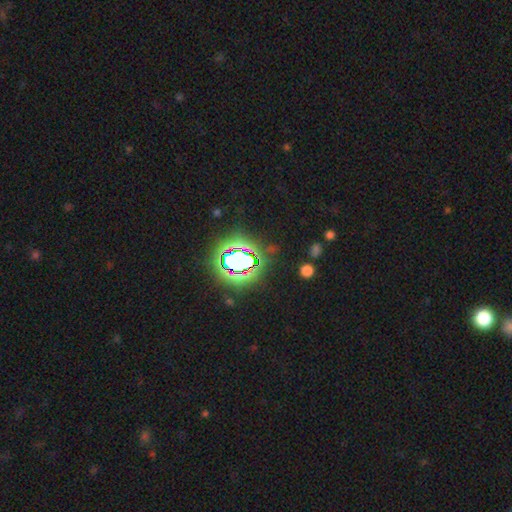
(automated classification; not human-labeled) This appears to be a star or artifact, not a galaxy (81%).